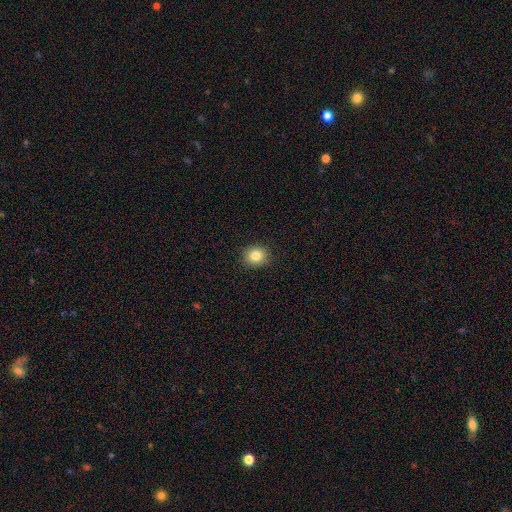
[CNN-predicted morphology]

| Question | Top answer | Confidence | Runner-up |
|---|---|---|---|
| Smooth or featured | smooth | 83% | star or artifact (11%) |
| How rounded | round | 75% | in between (24%) |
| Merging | none | 90% | minor disturbance (7%) |